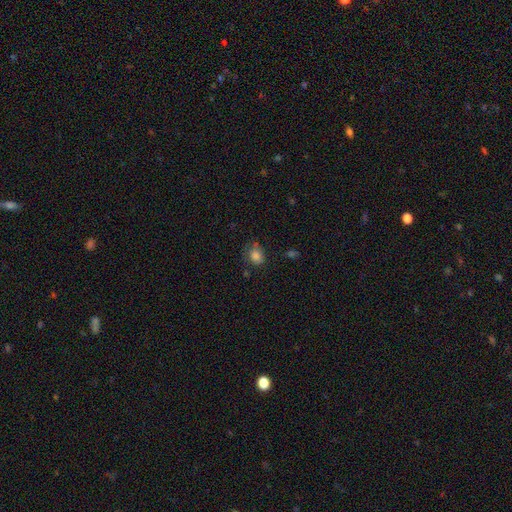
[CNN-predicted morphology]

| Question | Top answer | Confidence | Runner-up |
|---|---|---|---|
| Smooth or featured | smooth | 80% | star or artifact (11%) |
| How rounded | round | 53% | in between (46%) |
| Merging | none | 58% | minor disturbance (27%) |